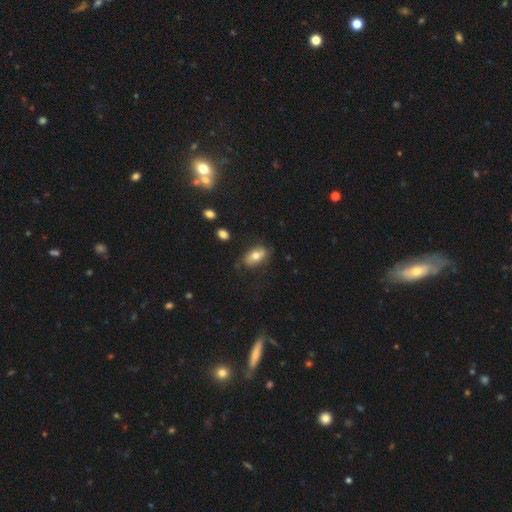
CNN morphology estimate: Smooth or featured?
  - smooth: 73% *
  - featured or disk: 19%
  - star or artifact: 8%
How rounded?
  - in between: 89% *
  - round: 7%
  - cigar-shaped: 4%
Merging?
  - none: 76% *
  - minor disturbance: 17%
  - major disturbance: 5%
  - merger: 2%